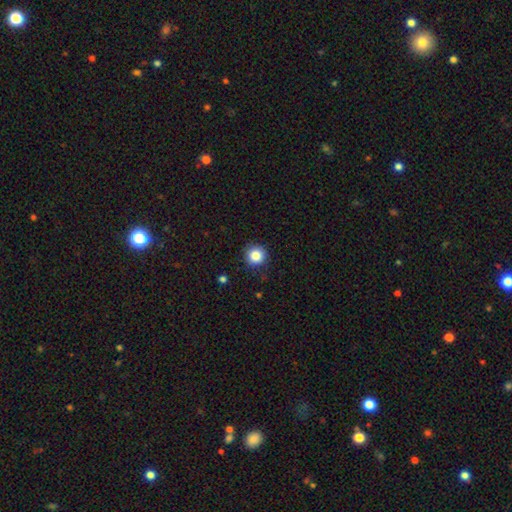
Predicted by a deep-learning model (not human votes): smooth_or_featured: smooth (p=0.86) [alt: star or artifact p=0.10]
how_rounded: round (p=0.95) [alt: in between p=0.04]
merging: none (p=0.89) [alt: minor disturbance p=0.08]